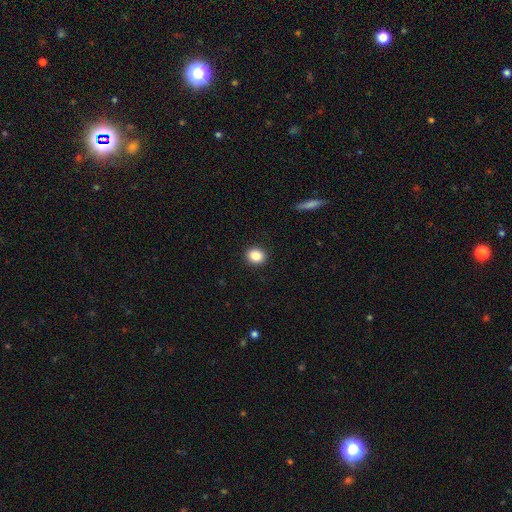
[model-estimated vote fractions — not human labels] Smooth or featured? smooth (86%)
How rounded? round (70%)
Merging? none (92%)